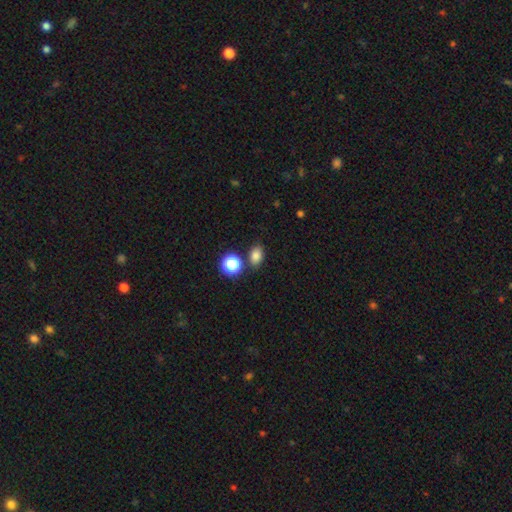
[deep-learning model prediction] Smooth or featured? smooth (80%)
How rounded? in between (68%)
Merging? none (76%)